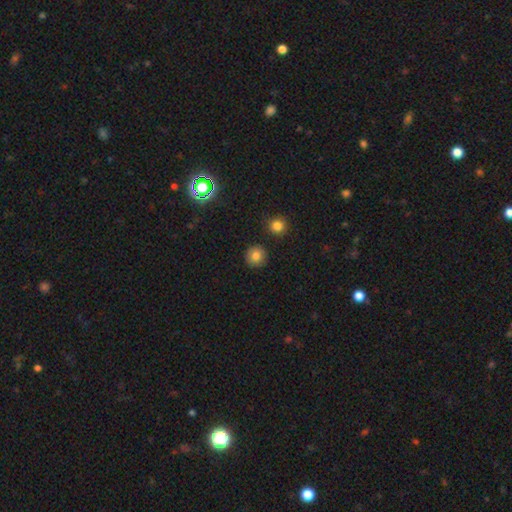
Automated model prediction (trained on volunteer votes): A smooth galaxy with no disk features (82%) that is round (93%). Merging: none (90%).